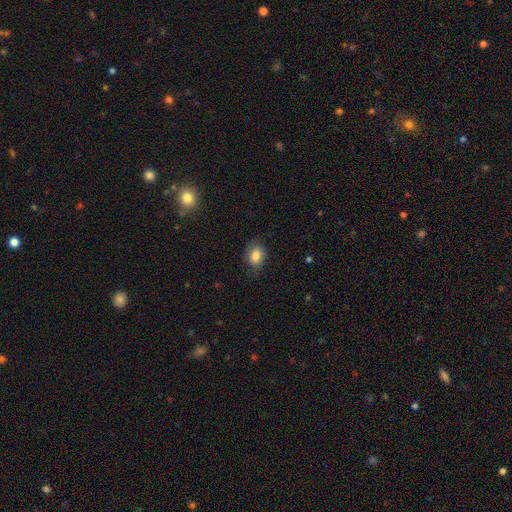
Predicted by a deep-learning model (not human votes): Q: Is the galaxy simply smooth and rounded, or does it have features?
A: smooth — 84%.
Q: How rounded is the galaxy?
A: in between — 79%.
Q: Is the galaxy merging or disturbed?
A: none — 78%.